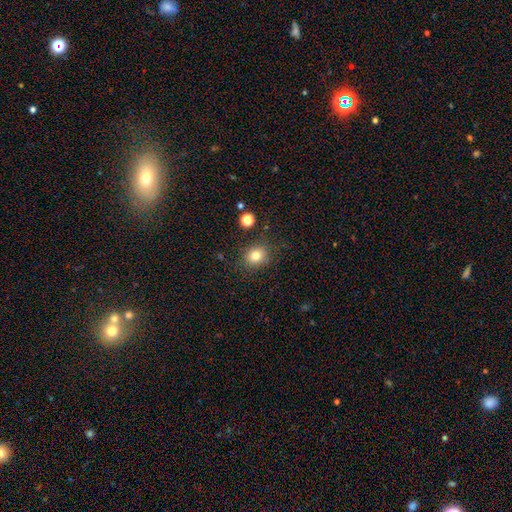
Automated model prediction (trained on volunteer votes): This is clearly a smooth galaxy (80%). How rounded: likely round (71%). Merging: clearly none (82%).